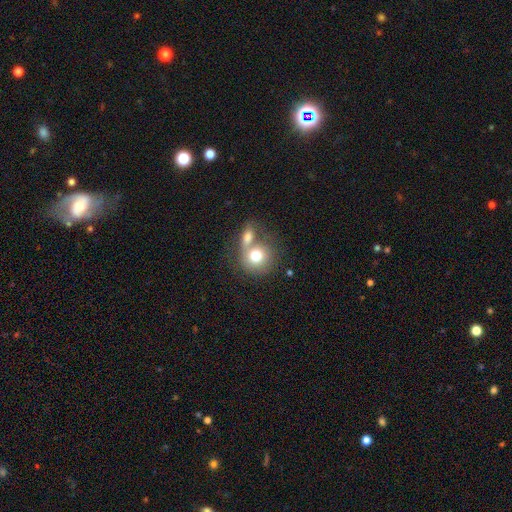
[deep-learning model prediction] Smooth or featured? Predicted: smooth (p=0.73). How rounded? Predicted: round (p=0.80). Merging? Predicted: merger (p=0.53).